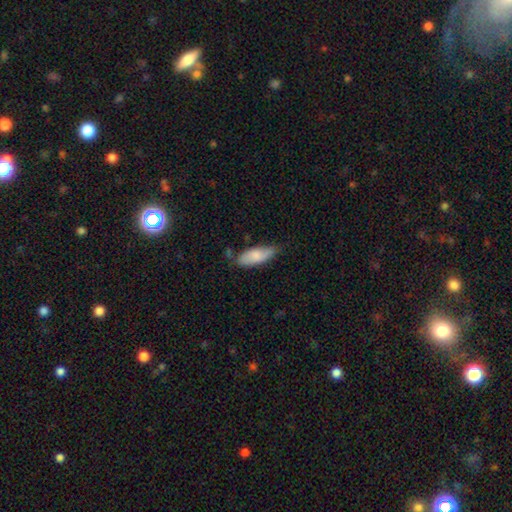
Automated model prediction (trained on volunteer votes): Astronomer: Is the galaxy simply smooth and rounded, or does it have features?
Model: smooth — 81%.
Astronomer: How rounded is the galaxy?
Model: in between — 70%.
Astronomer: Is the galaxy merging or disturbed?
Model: none — 64%.